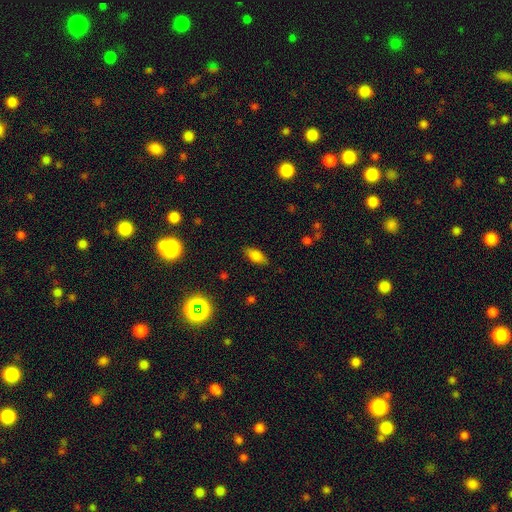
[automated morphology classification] smooth_or_featured: smooth (p=0.79) [alt: featured or disk p=0.11]
how_rounded: in between (p=0.84) [alt: cigar-shaped p=0.13]
merging: none (p=0.84) [alt: minor disturbance p=0.12]